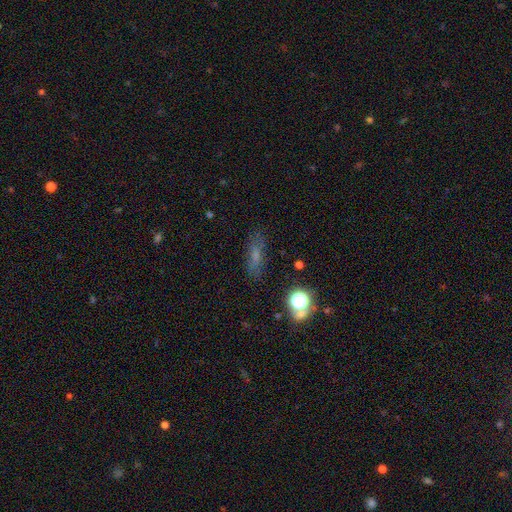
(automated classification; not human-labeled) Smooth or featured?
  - smooth: 55% *
  - featured or disk: 24%
  - star or artifact: 21%
How rounded?
  - cigar-shaped: 46% *
  - in between: 45%
  - round: 8%
Merging?
  - none: 78% *
  - minor disturbance: 14%
  - major disturbance: 5%
  - merger: 2%